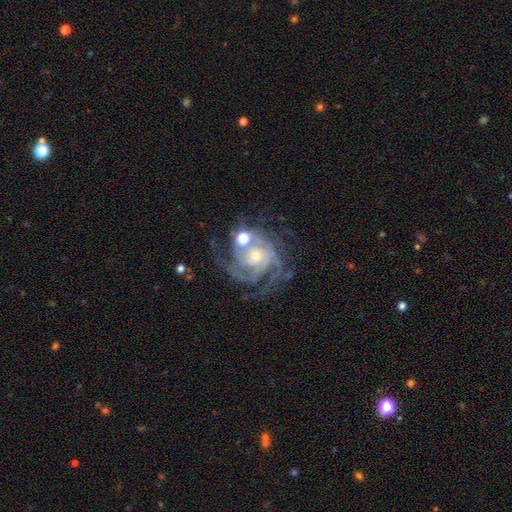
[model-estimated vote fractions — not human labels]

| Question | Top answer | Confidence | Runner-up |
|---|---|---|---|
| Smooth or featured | featured or disk | 88% | star or artifact (7%) |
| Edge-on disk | no | 98% | yes (2%) |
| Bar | no | 69% | weak (25%) |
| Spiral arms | yes | 97% | no (3%) |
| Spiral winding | tight | 61% | medium (32%) |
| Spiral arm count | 3 | 32% | can't tell (20%) |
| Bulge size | small | 53% | moderate (40%) |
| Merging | none | 56% | minor disturbance (17%) |